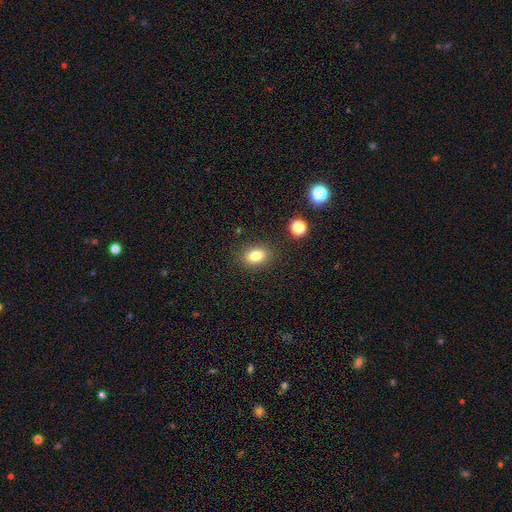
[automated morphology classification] Smooth or featured? smooth (82%)
How rounded? in between (76%)
Merging? none (86%)